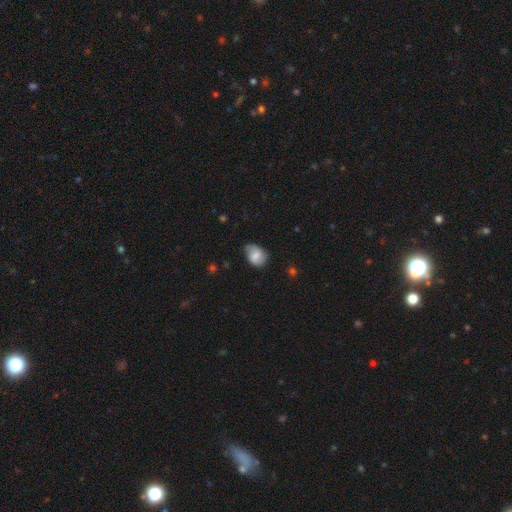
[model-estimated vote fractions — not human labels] smooth 62%, featured or disk 30%, star or artifact 8%. Down the decision tree: how rounded — in between (65%); merging — none (59%).